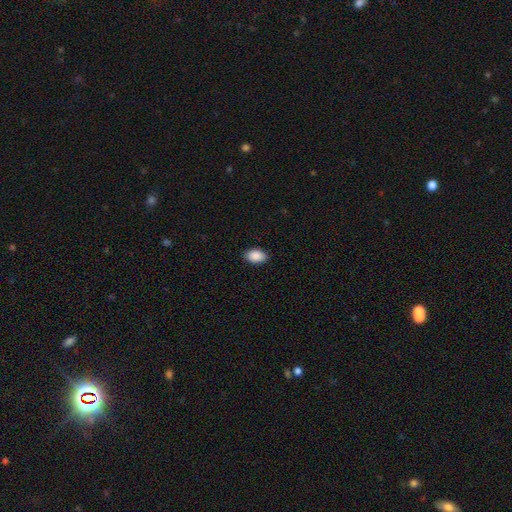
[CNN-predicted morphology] type=smooth (90%); roundness=in between (92%); merging=none (88%).